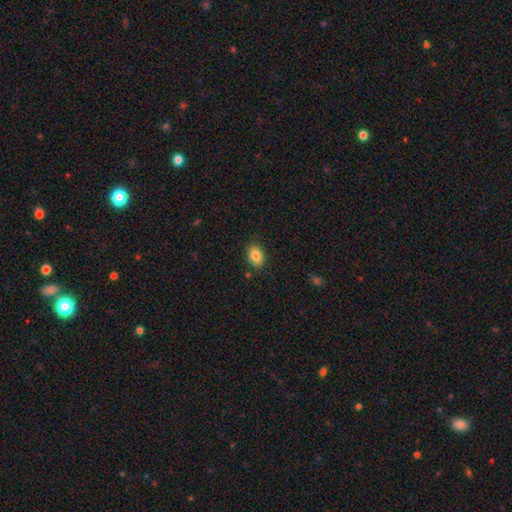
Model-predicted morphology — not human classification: smooth-or-featured: smooth: 84% | star or artifact: 8% | featured or disk: 7%
  how-rounded: in between: 85% | round: 14% | cigar-shaped: 1%
  merging: none: 86% | minor disturbance: 10% | major disturbance: 2% | merger: 2%